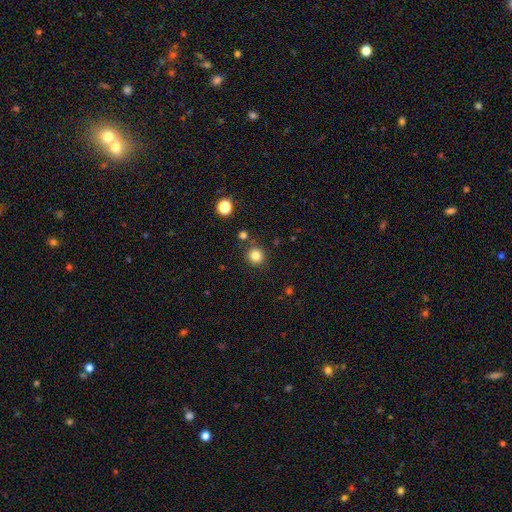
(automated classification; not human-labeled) A smooth galaxy with no disk features (83%) that is round (92%).

Vote fractions:
- Smooth or featured? smooth: 83% / star or artifact: 12% / featured or disk: 5%
- How rounded? round: 92% / in between: 7% / cigar-shaped: 1%
- Merging? none: 83% / minor disturbance: 8% / merger: 6% / major disturbance: 3%